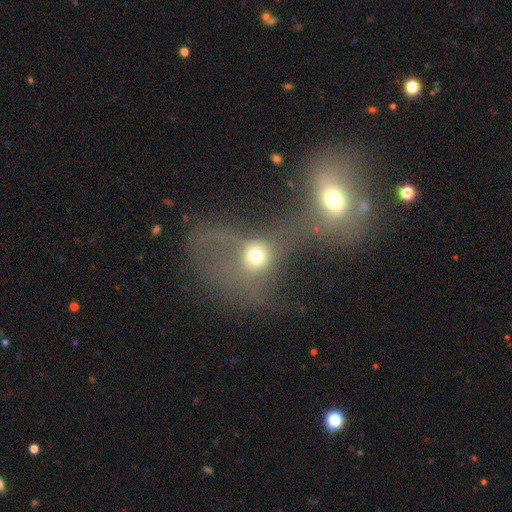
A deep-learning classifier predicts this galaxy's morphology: type=smooth (54%); roundness=round (65%); merging=merger (38%).